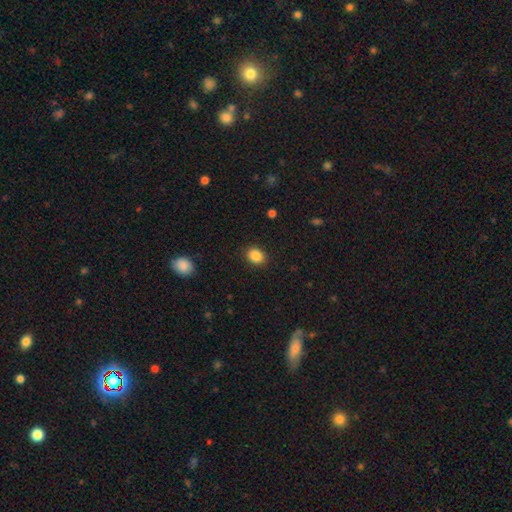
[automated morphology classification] smooth_or_featured: smooth (p=0.87) [alt: star or artifact p=0.09]
how_rounded: in between (p=0.51) [alt: round p=0.48]
merging: none (p=0.89) [alt: minor disturbance p=0.08]